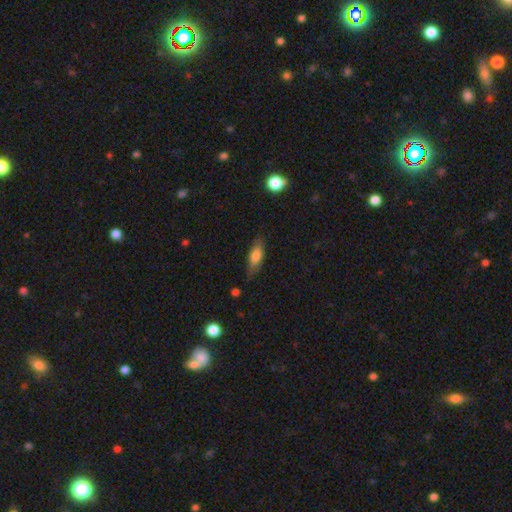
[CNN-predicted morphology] type=smooth (73%); roundness=in between (64%); merging=none (76%).